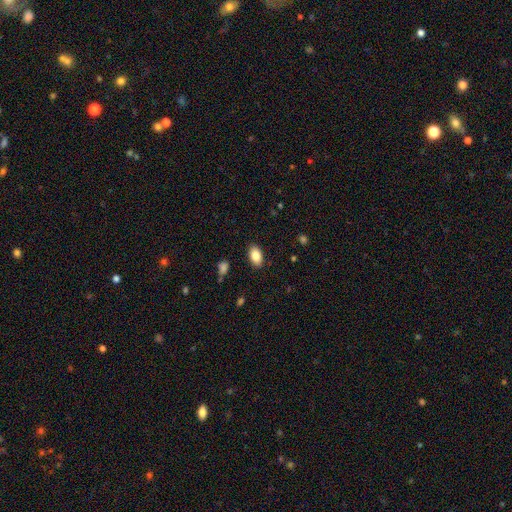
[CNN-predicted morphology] Smooth or featured? Predicted: smooth (p=0.86). How rounded? Predicted: in between (p=0.92). Merging? Predicted: none (p=0.88).